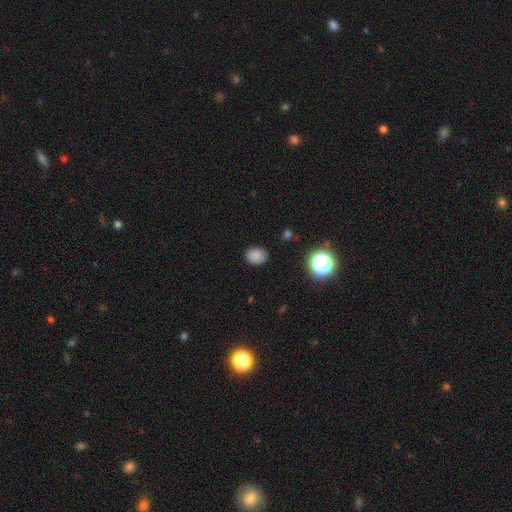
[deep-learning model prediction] The model was most divided on "how rounded": round: 66%, in between: 33%, cigar-shaped: 1%. More confident: merging — none (83%); smooth or featured — smooth (81%).